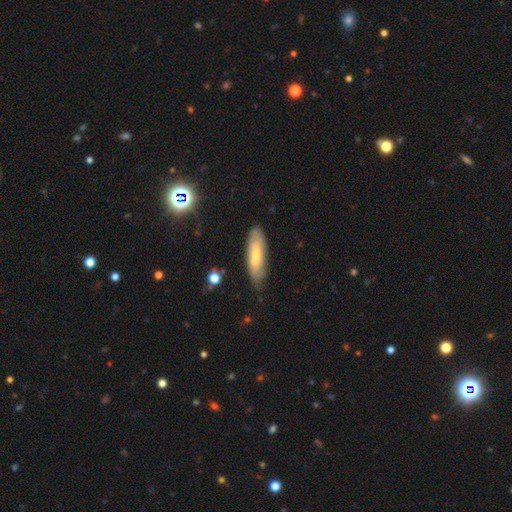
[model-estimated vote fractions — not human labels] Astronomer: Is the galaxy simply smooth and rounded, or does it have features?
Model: smooth — 59%.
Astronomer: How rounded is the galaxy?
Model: cigar-shaped — 61% (runner-up: in between, 37%).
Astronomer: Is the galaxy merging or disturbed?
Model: none — 75%.